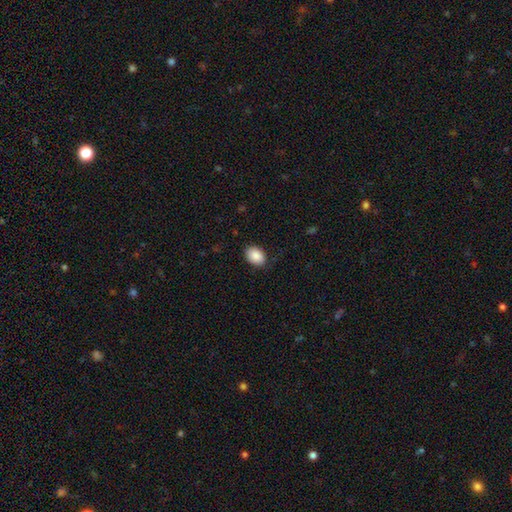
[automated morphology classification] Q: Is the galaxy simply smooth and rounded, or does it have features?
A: smooth — 89%.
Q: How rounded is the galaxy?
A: in between — 77%.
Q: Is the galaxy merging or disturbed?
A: none — 82%.